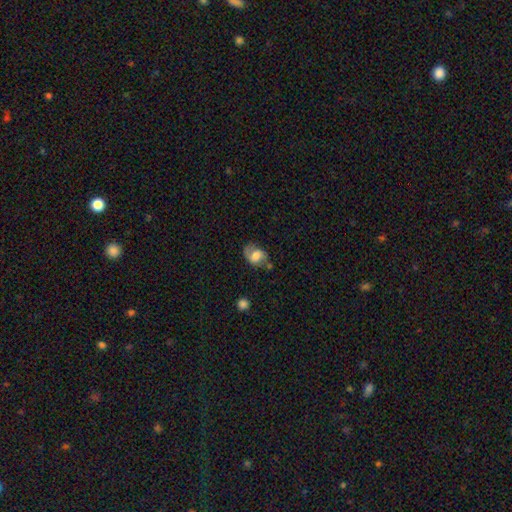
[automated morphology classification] type=smooth (57%); roundness=in between (68%); merging=none (47%).